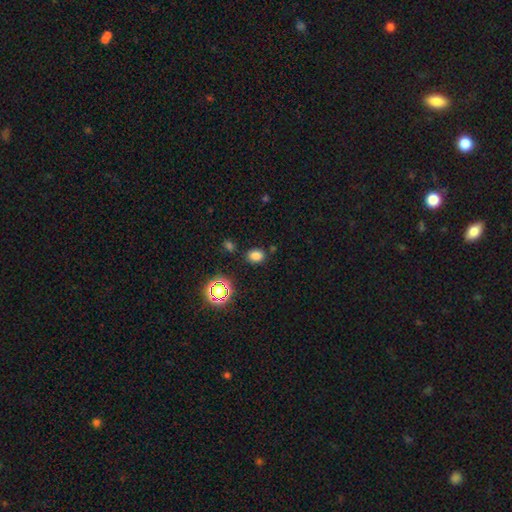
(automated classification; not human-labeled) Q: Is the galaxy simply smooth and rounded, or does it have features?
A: smooth — 77%.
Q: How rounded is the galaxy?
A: in between — 56%.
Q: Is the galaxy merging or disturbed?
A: none — 82%.